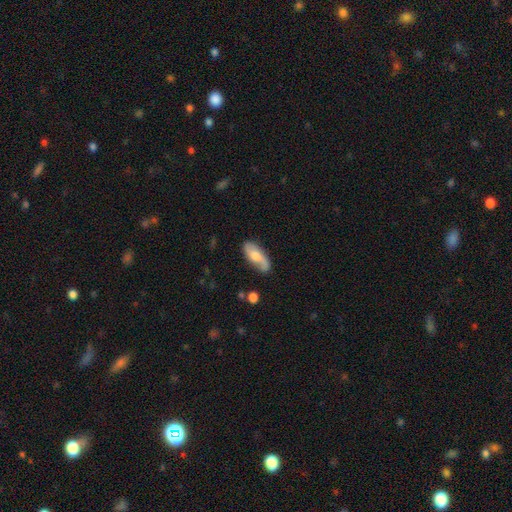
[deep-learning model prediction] featured or disk 48%, smooth 45%, star or artifact 6%. Down the decision tree: merging — none (70%).